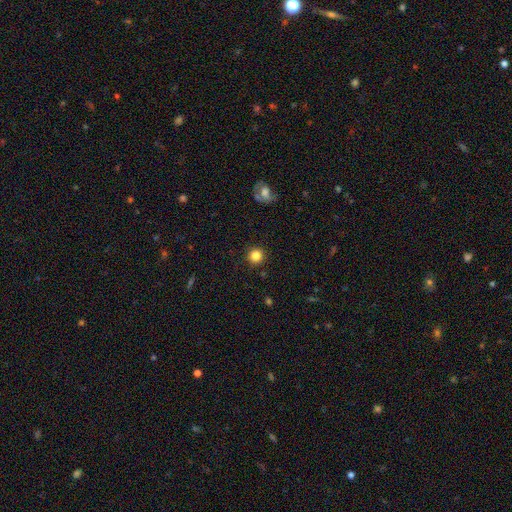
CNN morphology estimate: Overall: smooth (84%). How rounded: round (95%). Merging: none (92%).